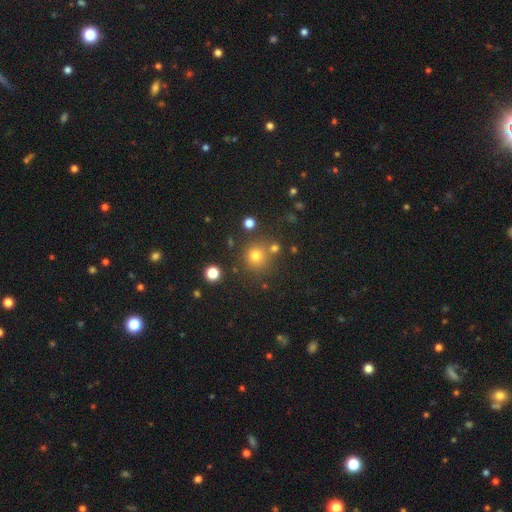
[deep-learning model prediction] Smooth or featured: smooth — 74% (star or artifact — 19%)
How rounded: round — 93% (in between — 6%)
Merging: none — 77% (merger — 11%)